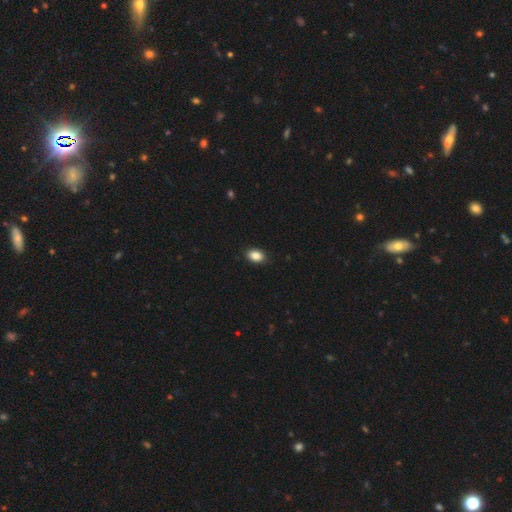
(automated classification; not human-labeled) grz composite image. It shows a smooth galaxy with no disk features (88%) that is in between round and cigar-shaped (82%). Merging: none (90%).